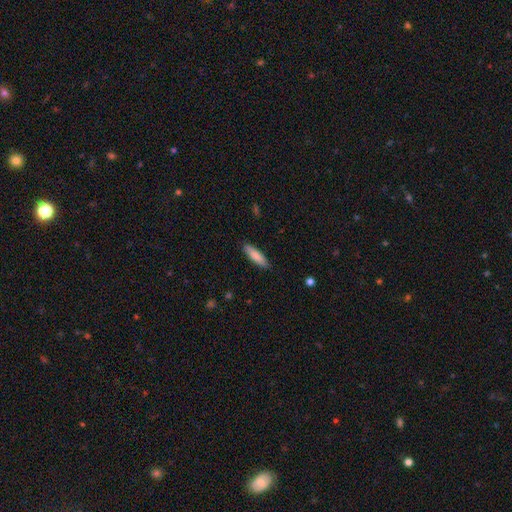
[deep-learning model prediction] A smooth galaxy with no disk features (84%) that is cigar-shaped (62%). Merging: none (87%).